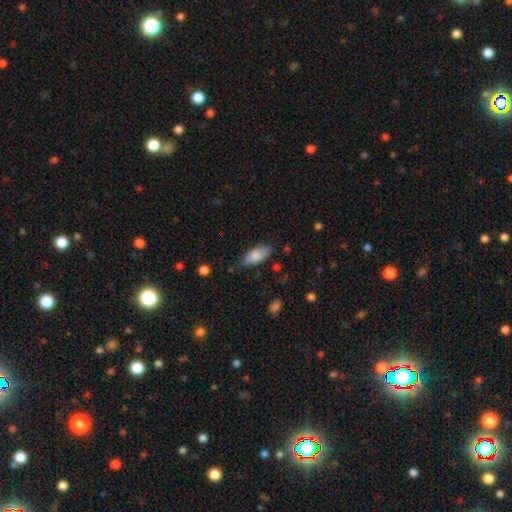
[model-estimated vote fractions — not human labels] The model was most divided on "merging": none: 78%, minor disturbance: 17%, major disturbance: 4%, merger: 2%. More confident: how rounded — in between (86%); smooth or featured — smooth (84%).